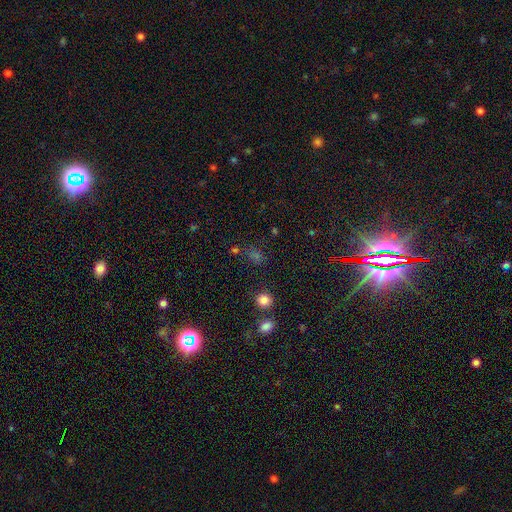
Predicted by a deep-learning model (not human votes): A star or artifact, not a galaxy (53%).

Vote fractions:
- Smooth or featured? star or artifact: 53% / smooth: 38% / featured or disk: 9%